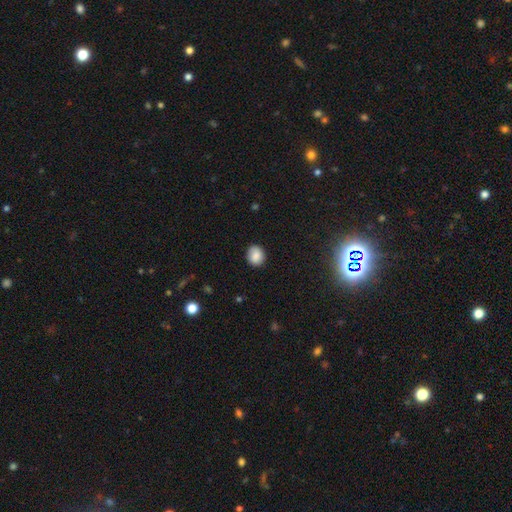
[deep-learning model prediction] Smooth or featured? smooth (85%)
How rounded? round (69%)
Merging? none (85%)